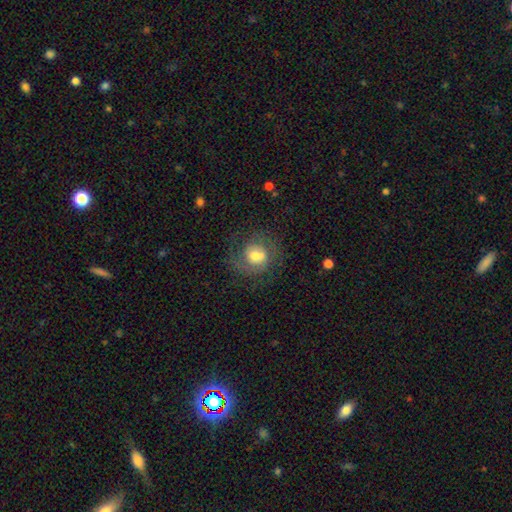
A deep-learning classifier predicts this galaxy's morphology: smooth 51%, featured or disk 38%, star or artifact 11%. Down the decision tree: how rounded — round (79%); merging — none (58%).